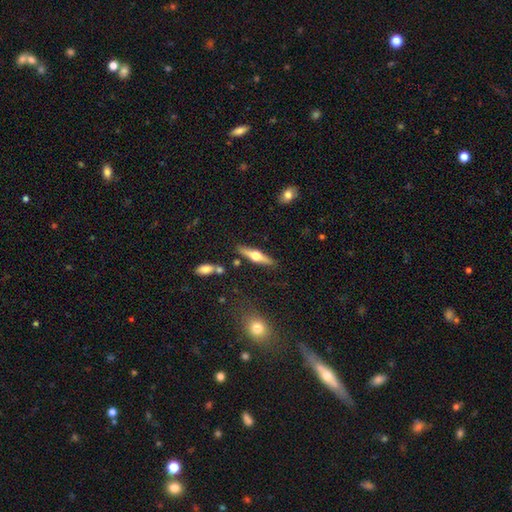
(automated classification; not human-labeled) Smooth or featured? Predicted: featured or disk (p=0.62). Edge-on disk? Predicted: yes (p=0.95). Edge-on bulge? Predicted: rounded (p=0.94). Merging? Predicted: none (p=0.85).